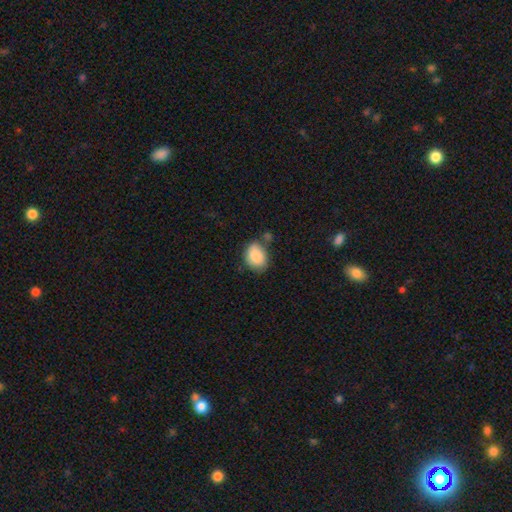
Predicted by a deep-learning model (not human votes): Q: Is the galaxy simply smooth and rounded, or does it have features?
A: smooth — 87%.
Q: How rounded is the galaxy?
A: in between — 63%.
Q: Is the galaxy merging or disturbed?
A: none — 62%.